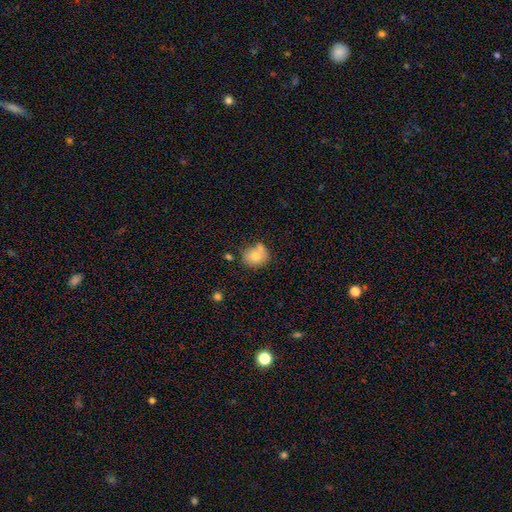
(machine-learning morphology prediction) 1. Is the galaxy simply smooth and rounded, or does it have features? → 73% smooth, 17% featured or disk, 10% star or artifact.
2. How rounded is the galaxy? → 63% round, 36% in between, 1% cigar-shaped.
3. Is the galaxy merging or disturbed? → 57% none, 22% merger, 16% minor disturbance, 4% major disturbance.